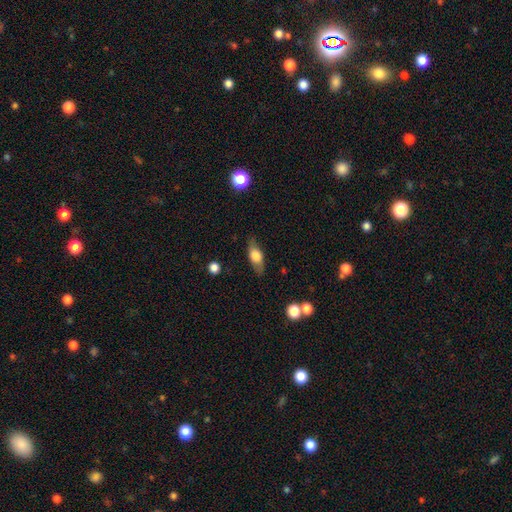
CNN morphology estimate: A smooth galaxy with no disk features (61%) that is in between round and cigar-shaped (74%). Merging: none (78%).